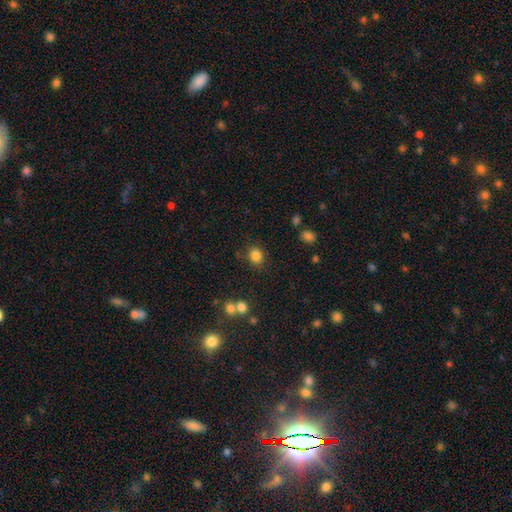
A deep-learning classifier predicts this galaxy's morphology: Smooth or featured?
  - smooth: 83% *
  - star or artifact: 12%
  - featured or disk: 5%
How rounded?
  - round: 65% *
  - in between: 34%
  - cigar-shaped: 1%
Merging?
  - none: 79% *
  - minor disturbance: 12%
  - merger: 5%
  - major disturbance: 4%